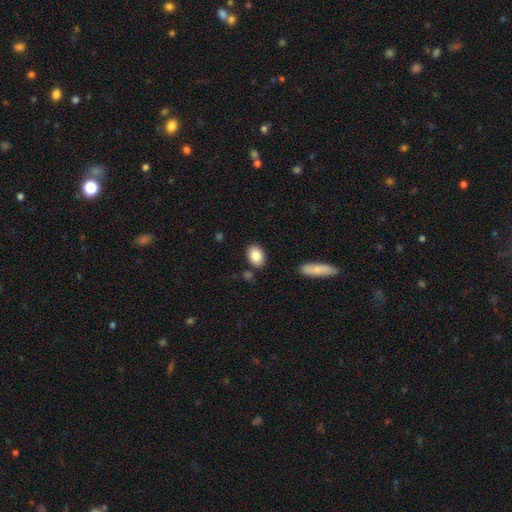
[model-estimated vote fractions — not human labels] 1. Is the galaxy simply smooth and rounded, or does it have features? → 87% smooth, 7% star or artifact, 7% featured or disk.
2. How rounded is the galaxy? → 83% in between, 15% round, 1% cigar-shaped.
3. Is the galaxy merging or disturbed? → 84% none, 10% minor disturbance, 4% merger, 2% major disturbance.